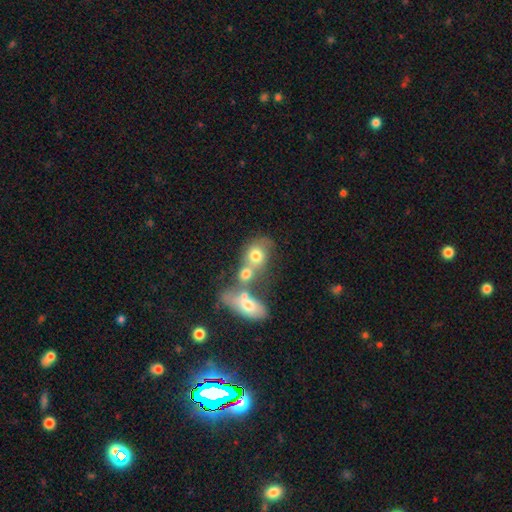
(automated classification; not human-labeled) Q: Smooth or featured?
A: smooth (66%); runner-up: featured or disk (22%)
Q: How rounded?
A: in between (50%); runner-up: round (48%)
Q: Merging?
A: merger (61%); runner-up: none (22%)